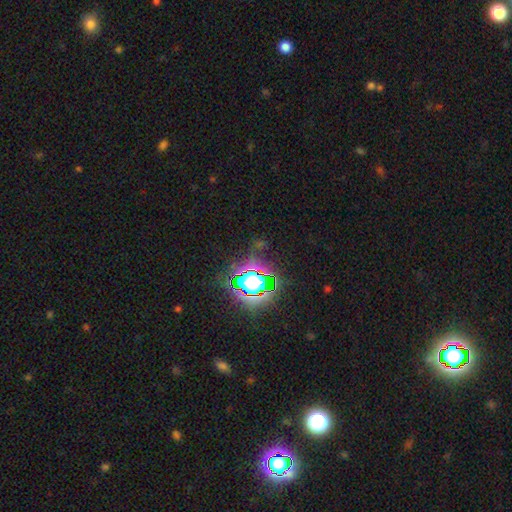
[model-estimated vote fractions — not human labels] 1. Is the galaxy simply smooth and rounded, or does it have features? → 81% star or artifact, 12% smooth, 7% featured or disk.